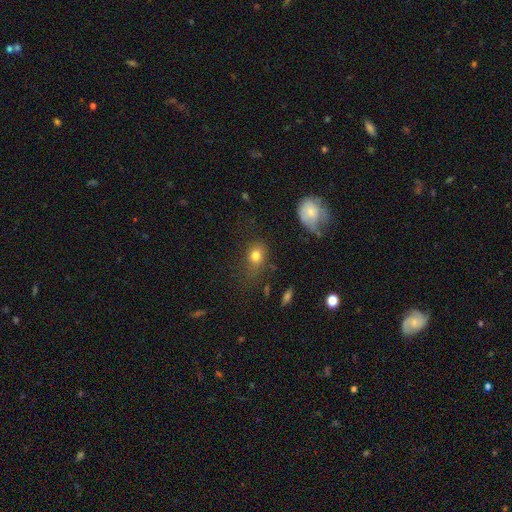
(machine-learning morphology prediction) smooth-or-featured: smooth: 79% | star or artifact: 11% | featured or disk: 10%
  how-rounded: in between: 53% | round: 45% | cigar-shaped: 2%
  merging: none: 60% | minor disturbance: 22% | major disturbance: 13% | merger: 4%